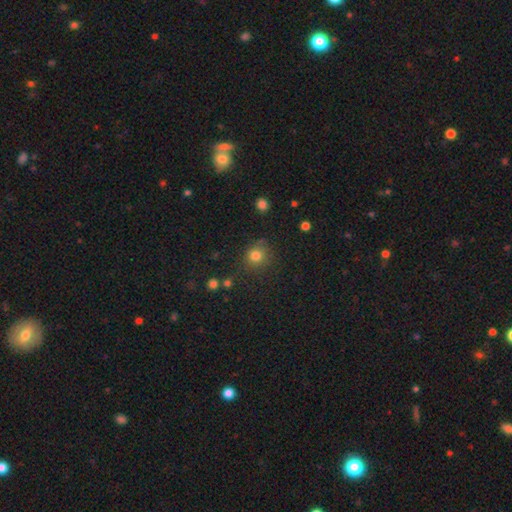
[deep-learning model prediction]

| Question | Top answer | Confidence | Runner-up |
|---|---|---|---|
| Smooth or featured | smooth | 80% | star or artifact (14%) |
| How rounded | round | 88% | in between (11%) |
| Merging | none | 79% | minor disturbance (13%) |